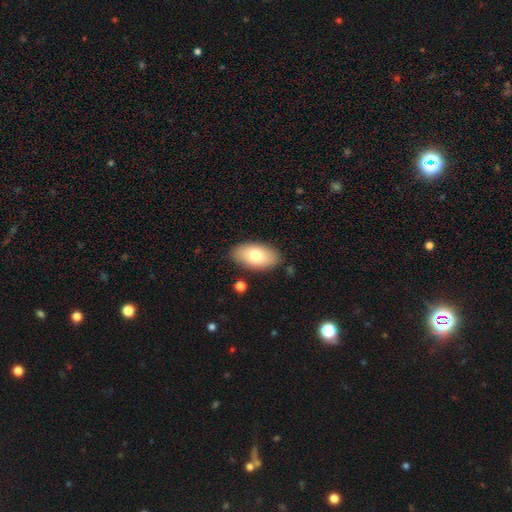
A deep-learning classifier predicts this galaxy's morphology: Smooth or featured? smooth (75%)
How rounded? in between (94%)
Merging? none (85%)